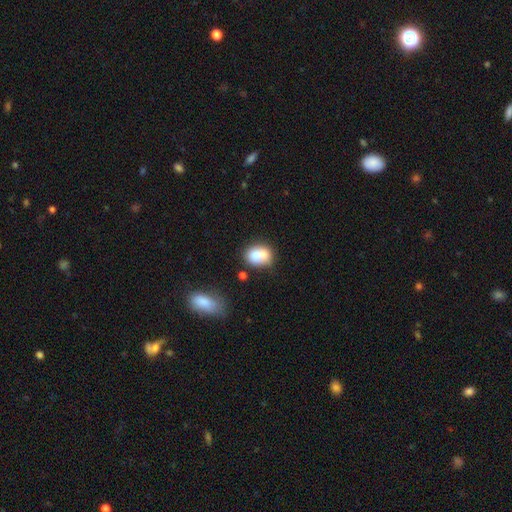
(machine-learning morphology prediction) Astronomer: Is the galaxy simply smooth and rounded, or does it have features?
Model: smooth — 71%.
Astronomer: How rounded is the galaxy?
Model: in between — 50% (runner-up: round, 49%).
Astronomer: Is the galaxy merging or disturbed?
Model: merger — 55%.